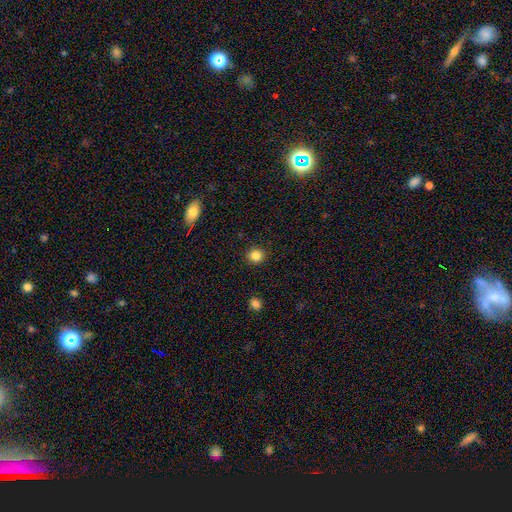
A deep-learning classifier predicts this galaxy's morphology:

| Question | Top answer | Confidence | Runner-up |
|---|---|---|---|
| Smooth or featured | smooth | 84% | star or artifact (11%) |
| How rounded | round | 85% | in between (14%) |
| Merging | none | 91% | minor disturbance (6%) |